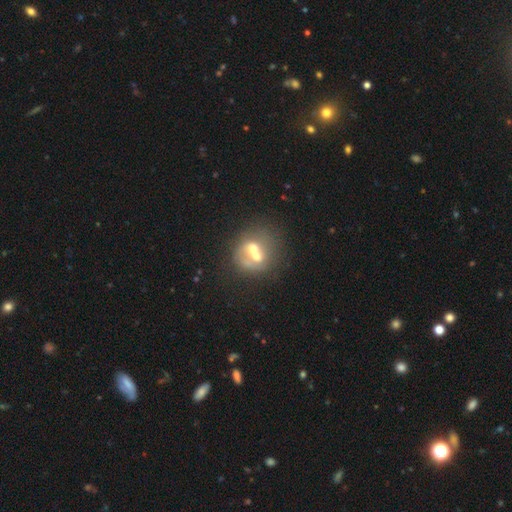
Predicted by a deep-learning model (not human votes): smooth_or_featured: smooth (p=0.48) [alt: featured or disk p=0.43]
merging: merger (p=0.66) [alt: none p=0.20]